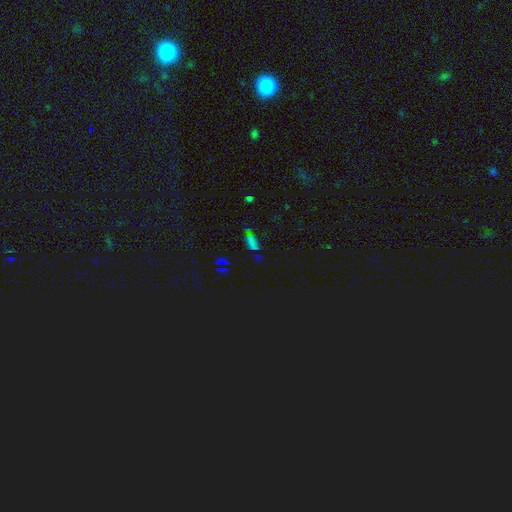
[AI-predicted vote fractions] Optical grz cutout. It shows a star or artifact, not a galaxy (53%).